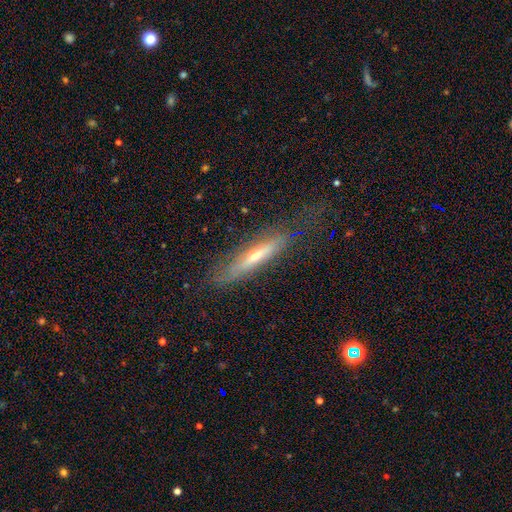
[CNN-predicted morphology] This is possibly a featured or disk galaxy (54%). It is likely viewed edge-on (79%). Merging: likely none (69%).